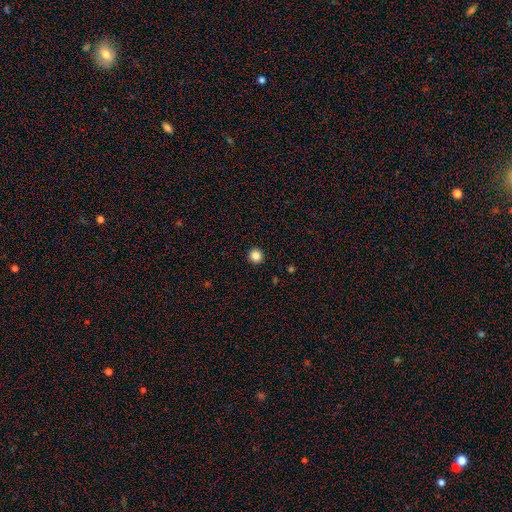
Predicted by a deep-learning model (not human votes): smooth_or_featured: smooth (p=0.85) [alt: star or artifact p=0.11]
how_rounded: round (p=0.95) [alt: in between p=0.04]
merging: none (p=0.94) [alt: minor disturbance p=0.04]